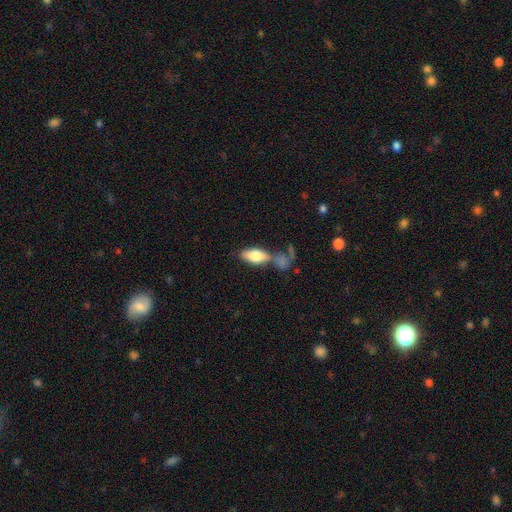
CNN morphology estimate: Smooth or featured? Predicted: smooth (p=0.76). How rounded? Predicted: in between (p=0.86). Merging? Predicted: none (p=0.49).